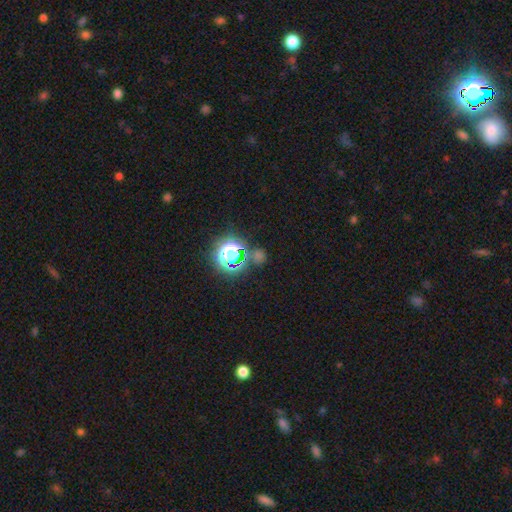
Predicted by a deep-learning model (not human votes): The model was most divided on "smooth or featured": star or artifact: 66%, smooth: 26%, featured or disk: 8%.